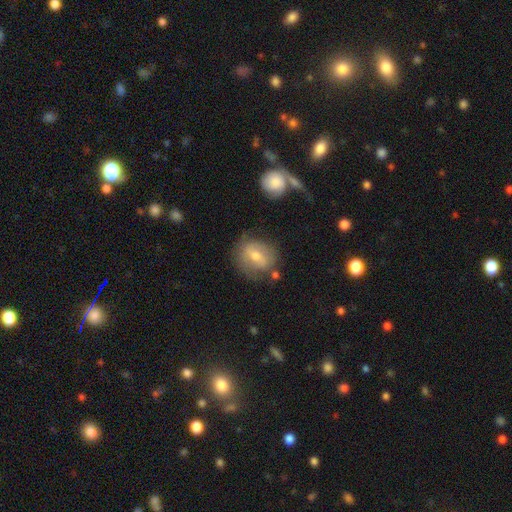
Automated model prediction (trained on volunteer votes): Smooth or featured?
  - smooth: 50% *
  - featured or disk: 42%
  - star or artifact: 8%
Merging?
  - none: 64% *
  - minor disturbance: 22%
  - major disturbance: 9%
  - merger: 5%